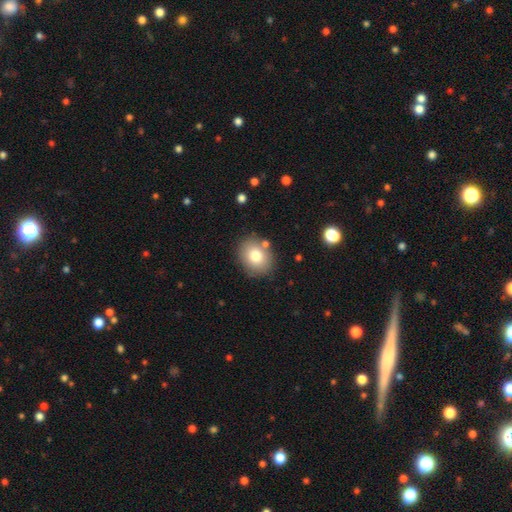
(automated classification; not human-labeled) Morphology: type=smooth (78%); roundness=round (55%); merging=none (82%).